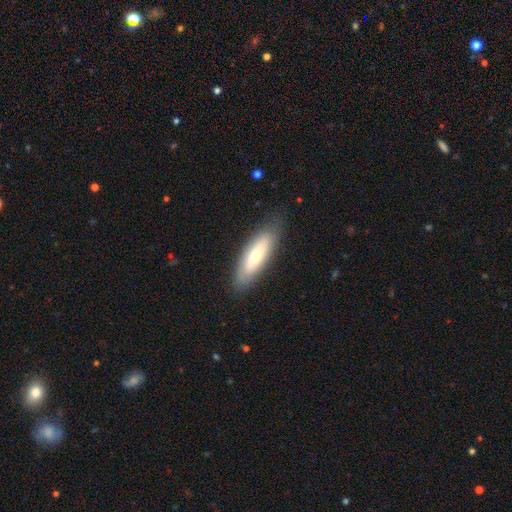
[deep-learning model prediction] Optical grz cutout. It shows a smooth galaxy with no disk features (63%) that is in between round and cigar-shaped (52%). Merging: none (82%).